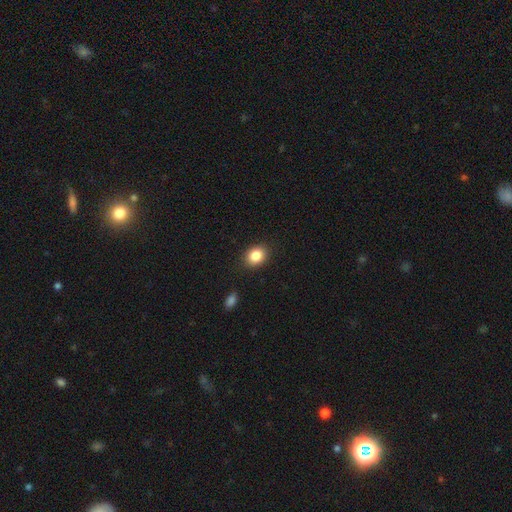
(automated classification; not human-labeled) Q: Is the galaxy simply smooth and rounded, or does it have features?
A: smooth — 85%.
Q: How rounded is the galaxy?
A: in between — 52%.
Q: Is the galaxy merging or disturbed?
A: none — 88%.